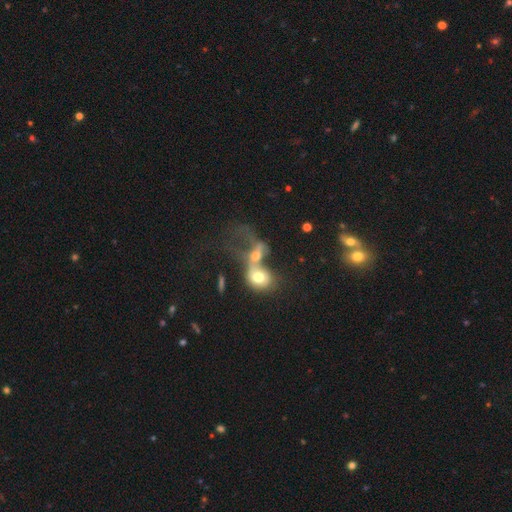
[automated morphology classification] Smooth or featured: smooth — 51% (featured or disk — 37%)
How rounded: round — 49% (in between — 48%)
Merging: merger — 73% (major disturbance — 14%)